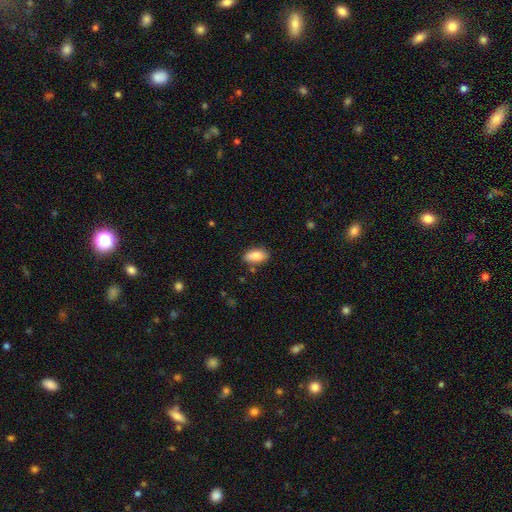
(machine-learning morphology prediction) Smooth or featured? Predicted: smooth (p=0.84). How rounded? Predicted: in between (p=0.88). Merging? Predicted: none (p=0.81).